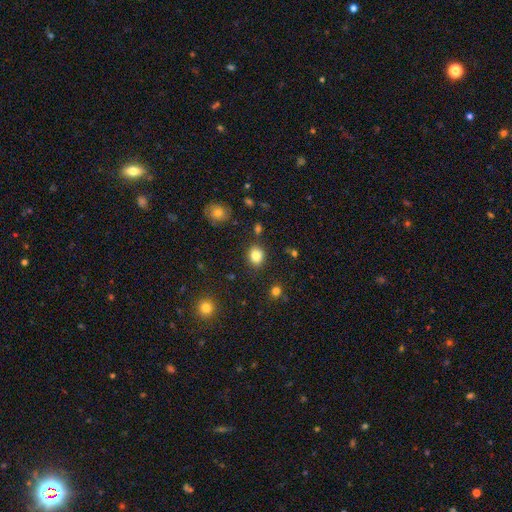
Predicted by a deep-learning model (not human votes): Smooth or featured? smooth (83%)
How rounded? round (64%)
Merging? none (85%)